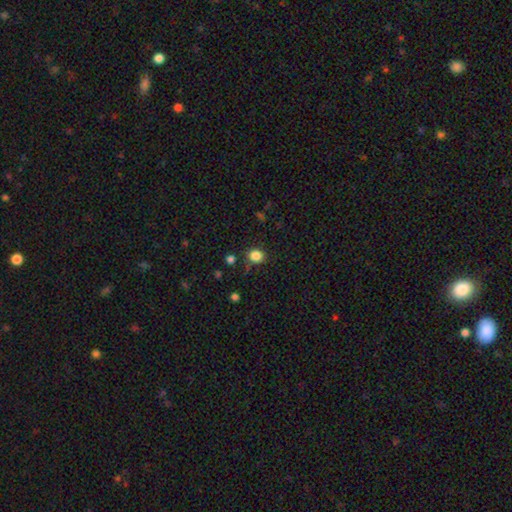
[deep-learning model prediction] This appears to be a smooth galaxy with no disk features (84%) that is round (72%). Merging: none (80%).